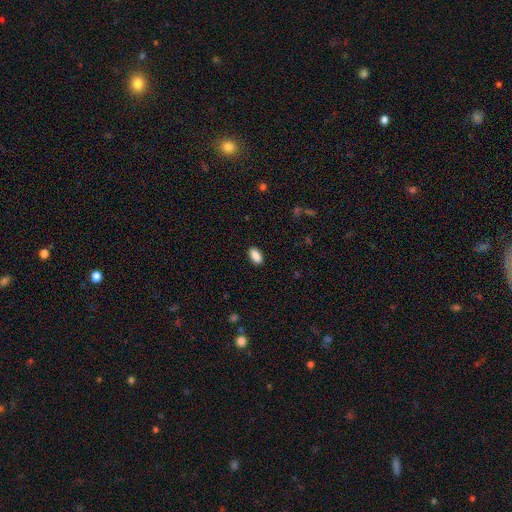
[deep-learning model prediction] This appears to be a smooth galaxy with no disk features (90%) that is in between round and cigar-shaped (92%). Merging: none (89%).